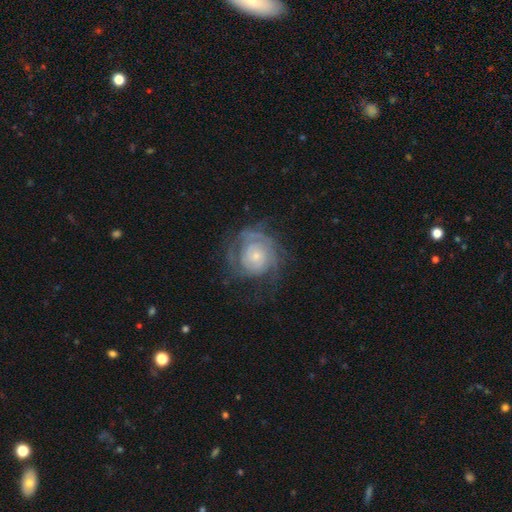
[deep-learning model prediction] Smooth or featured?
  - featured or disk: 76% *
  - smooth: 17%
  - star or artifact: 7%
Edge-on disk?
  - no: 98% *
  - yes: 2%
Bar?
  - no: 77% *
  - weak: 19%
  - strong: 4%
Spiral arms?
  - yes: 88% *
  - no: 12%
Spiral winding?
  - tight: 66% *
  - medium: 25%
  - loose: 9%
Spiral arm count?
  - can't tell: 44% *
  - 2: 23%
  - 3: 14%
  - 4: 8%
  - 1: 6%
  - more than 4: 5%
Bulge size?
  - small: 63% *
  - moderate: 28%
  - large: 4%
  - none: 3%
  - dominant: 1%
Merging?
  - none: 60% *
  - minor disturbance: 20%
  - major disturbance: 19%
  - merger: 1%